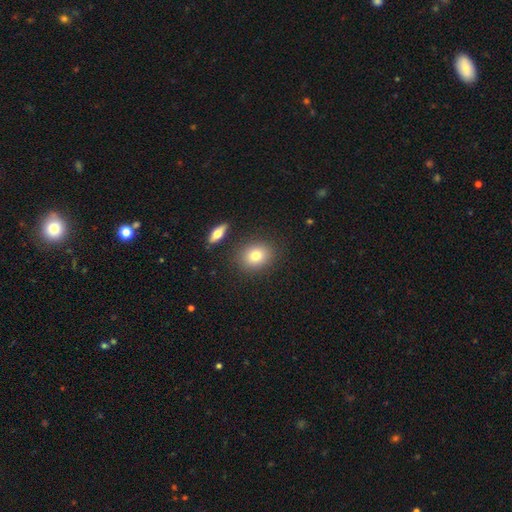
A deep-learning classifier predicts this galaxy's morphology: Smooth or featured?
  - smooth: 79% *
  - featured or disk: 12%
  - star or artifact: 9%
How rounded?
  - round: 50% *
  - in between: 48%
  - cigar-shaped: 2%
Merging?
  - none: 84% *
  - minor disturbance: 9%
  - merger: 5%
  - major disturbance: 3%